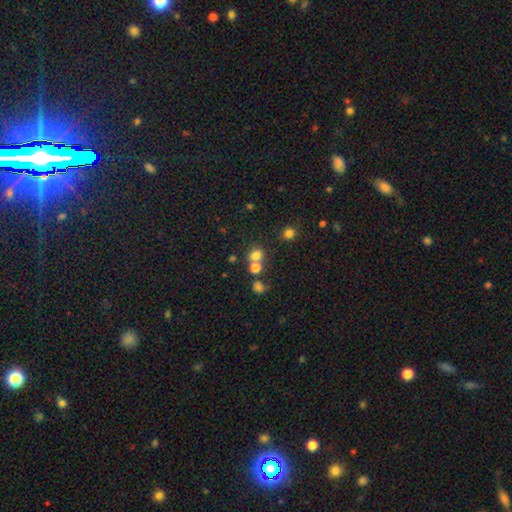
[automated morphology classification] This appears to be a smooth galaxy with no disk features (73%) that is round (73%). Merging: none (56%).